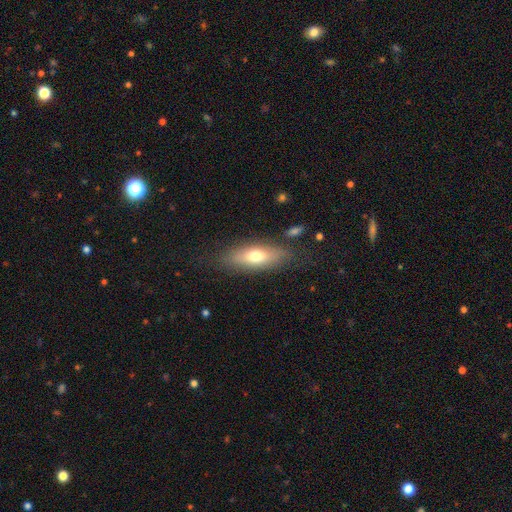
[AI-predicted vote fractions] smooth-or-featured: smooth: 67% | featured or disk: 26% | star or artifact: 7%
  how-rounded: in between: 67% | cigar-shaped: 29% | round: 3%
  merging: none: 77% | minor disturbance: 15% | major disturbance: 5% | merger: 3%